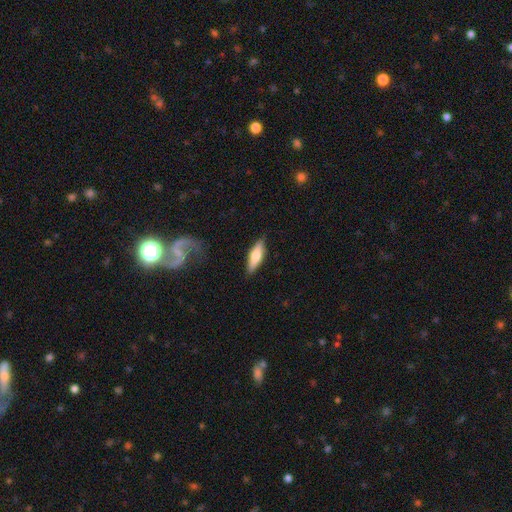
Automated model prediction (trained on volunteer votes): The model was most divided on "smooth or featured": smooth: 53%, featured or disk: 41%, star or artifact: 6%. More confident: merging — none (84%); how rounded — cigar-shaped (58%).